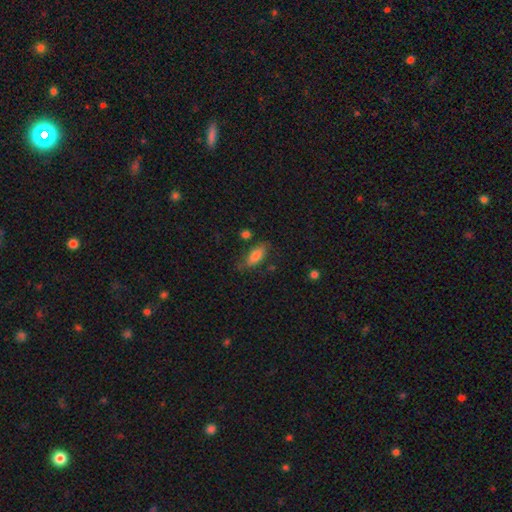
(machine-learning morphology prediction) The model was most divided on "merging": none: 69%, minor disturbance: 21%, major disturbance: 6%, merger: 4%. More confident: smooth or featured — smooth (79%); how rounded — in between (79%).